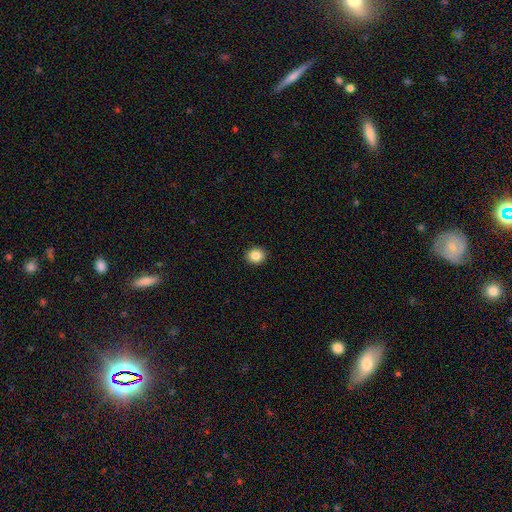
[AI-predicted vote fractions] A smooth galaxy with no disk features (85%) that is round (80%). Merging: none (92%).